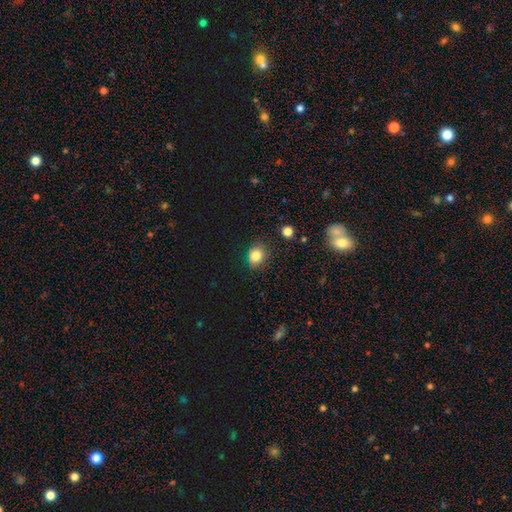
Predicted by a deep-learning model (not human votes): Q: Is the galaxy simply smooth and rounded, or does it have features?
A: smooth — 81%.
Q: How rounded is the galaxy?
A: round — 53%.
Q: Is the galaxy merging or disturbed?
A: none — 80%.